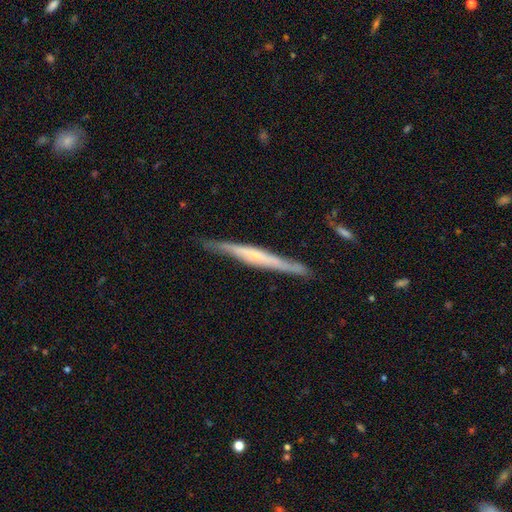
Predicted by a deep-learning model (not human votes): Smooth or featured? featured or disk (70%)
Edge-on disk? yes (94%)
Edge-on bulge? rounded (44%)
Merging? none (82%)